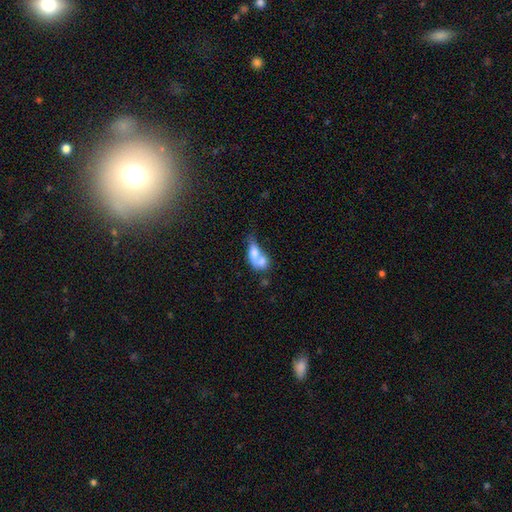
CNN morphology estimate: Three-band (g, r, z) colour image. It shows a smooth galaxy with no disk features (66%) that is in between round and cigar-shaped (77%). Merging: merger (65%).